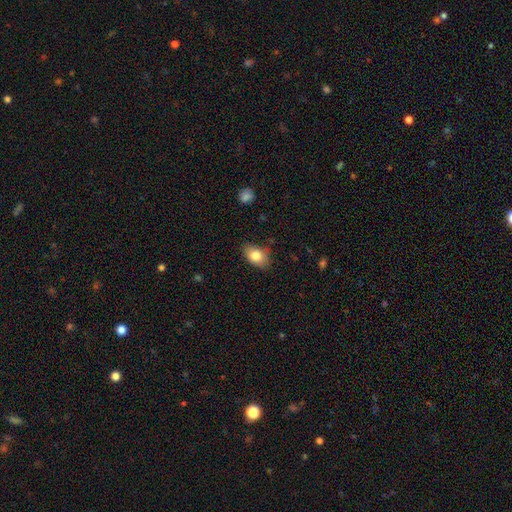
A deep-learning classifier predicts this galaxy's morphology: Q: Smooth or featured?
A: smooth (82%); runner-up: featured or disk (10%)
Q: How rounded?
A: in between (83%); runner-up: round (15%)
Q: Merging?
A: none (79%); runner-up: minor disturbance (17%)